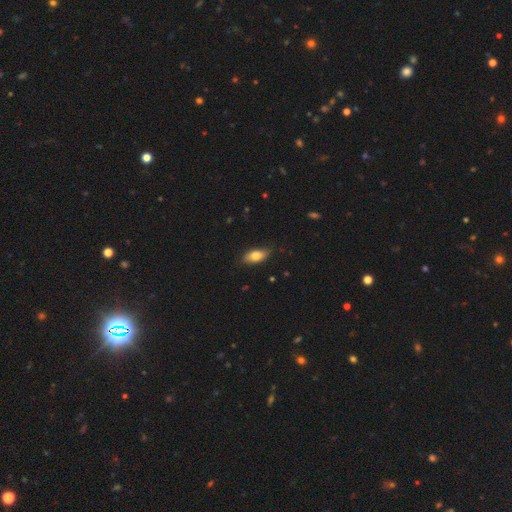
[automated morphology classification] Smooth or featured? smooth (75%)
How rounded? in between (86%)
Merging? none (81%)